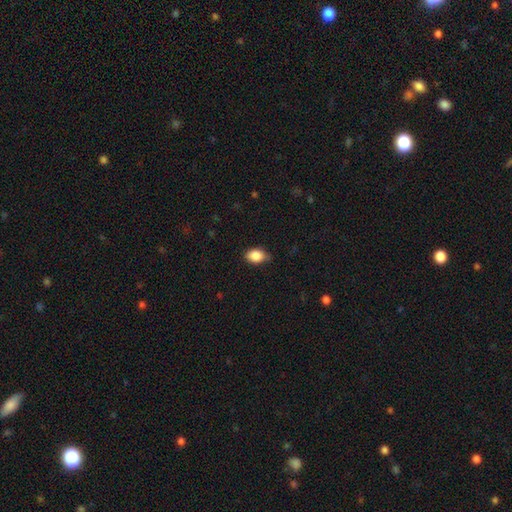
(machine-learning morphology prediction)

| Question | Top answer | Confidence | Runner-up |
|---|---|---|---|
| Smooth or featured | smooth | 86% | star or artifact (8%) |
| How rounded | in between | 80% | round (19%) |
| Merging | none | 74% | minor disturbance (22%) |